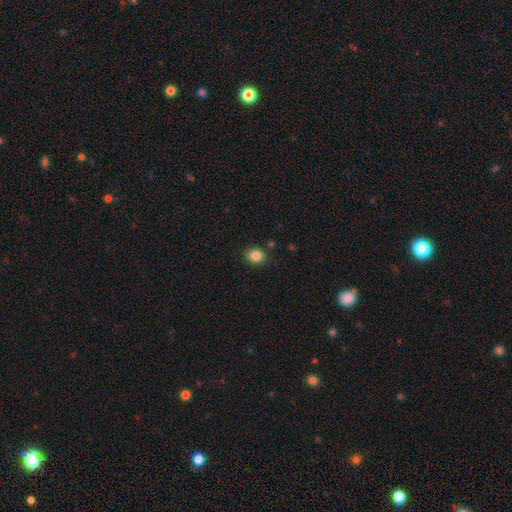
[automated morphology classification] type=smooth (84%); roundness=round (66%); merging=none (87%).